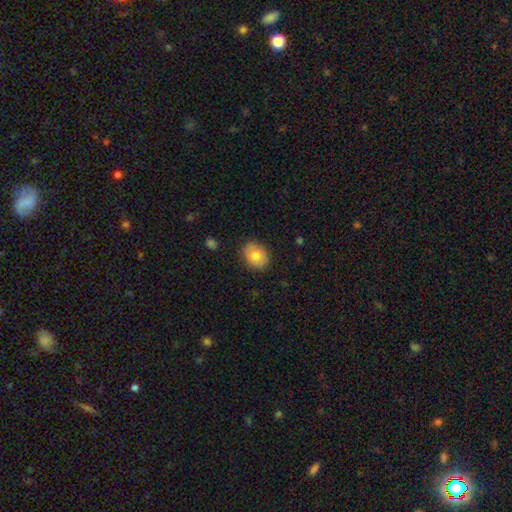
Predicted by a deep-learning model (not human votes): smooth_or_featured: smooth (p=0.77) [alt: featured or disk p=0.15]
how_rounded: in between (p=0.58) [alt: round p=0.42]
merging: none (p=0.85) [alt: minor disturbance p=0.11]